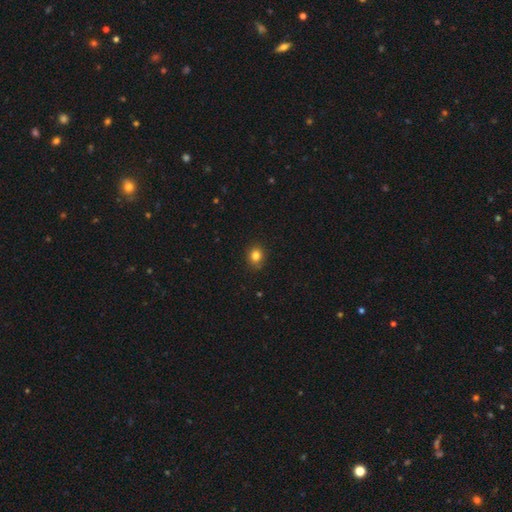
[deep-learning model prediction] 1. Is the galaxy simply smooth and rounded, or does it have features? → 83% smooth, 12% star or artifact, 5% featured or disk.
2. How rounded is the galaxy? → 73% round, 26% in between, 1% cigar-shaped.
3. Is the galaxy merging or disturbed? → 88% none, 9% minor disturbance, 2% major disturbance, 1% merger.